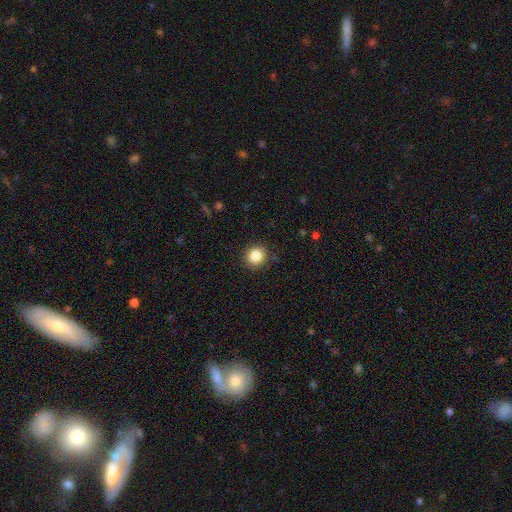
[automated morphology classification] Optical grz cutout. It shows a smooth galaxy with no disk features (85%) that is round (90%). Merging: none (90%).